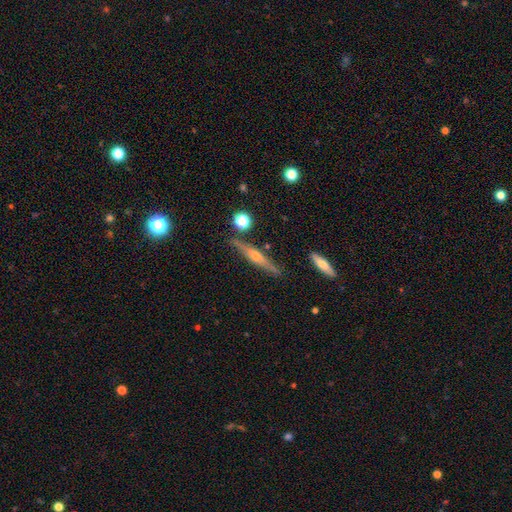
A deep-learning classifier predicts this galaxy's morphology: Q: Smooth or featured?
A: featured or disk (71%); runner-up: smooth (21%)
Q: Edge-on disk?
A: yes (97%); runner-up: no (3%)
Q: Edge-on bulge?
A: rounded (85%); runner-up: none (8%)
Q: Merging?
A: none (85%); runner-up: minor disturbance (10%)